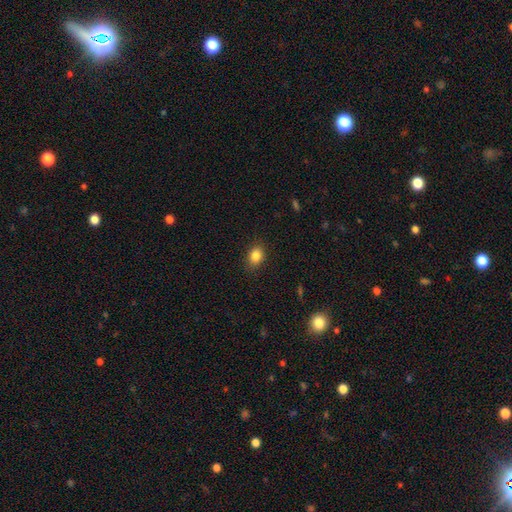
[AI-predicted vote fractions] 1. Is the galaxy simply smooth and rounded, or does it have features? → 85% smooth, 10% star or artifact, 6% featured or disk.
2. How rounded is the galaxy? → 68% in between, 31% round, 1% cigar-shaped.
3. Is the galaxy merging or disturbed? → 85% none, 11% minor disturbance, 3% major disturbance, 1% merger.